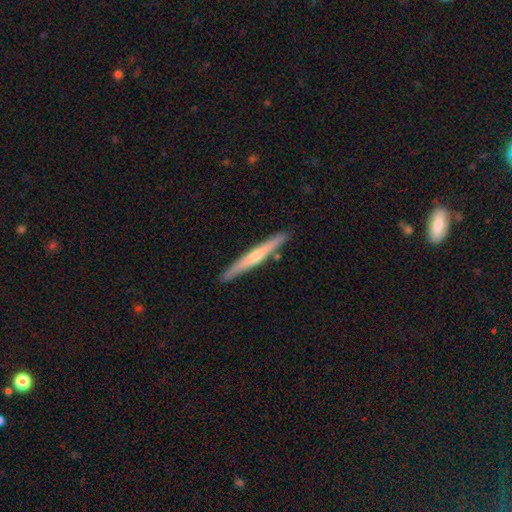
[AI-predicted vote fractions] Q: Smooth or featured?
A: featured or disk (62%); runner-up: smooth (32%)
Q: Edge-on disk?
A: yes (97%); runner-up: no (3%)
Q: Edge-on bulge?
A: rounded (65%); runner-up: none (28%)
Q: Merging?
A: none (91%); runner-up: minor disturbance (7%)